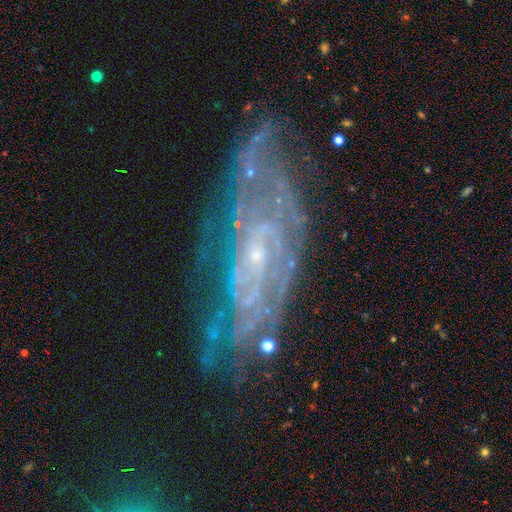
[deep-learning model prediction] This appears to be a featured or disk galaxy (77%) with no bar (62%), tight (65%) spiral arms (87%) and a small central bulge (80%). Merging: none (70%).